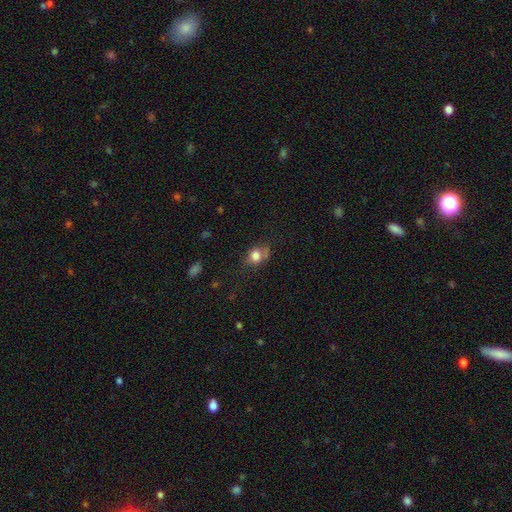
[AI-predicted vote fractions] smooth_or_featured: smooth (p=0.78) [alt: star or artifact p=0.12]
how_rounded: round (p=0.55) [alt: in between p=0.44]
merging: none (p=0.55) [alt: minor disturbance p=0.26]